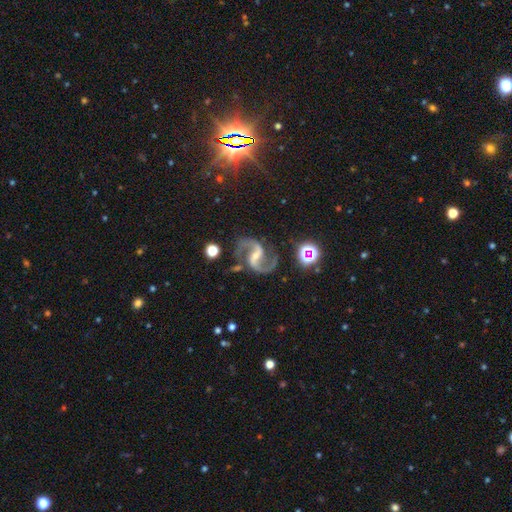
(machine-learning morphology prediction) smooth-or-featured: featured or disk: 91% | star or artifact: 6% | smooth: 3%
  disk-edge-on: no: 98% | yes: 2%
    bar: weak: 46% | strong: 38% | no: 16%
    has-spiral-arms: yes: 98% | no: 2%
      spiral-winding: medium: 54% | loose: 37% | tight: 8%
      spiral-arm-count: 2: 94% | can't tell: 1% | 1: 1% | 3: 1% | 4: 1% | more than 4: 1%
    bulge-size: small: 57% | moderate: 27% | none: 13% | large: 2% | dominant: 1%
  merging: none: 78% | minor disturbance: 13% | major disturbance: 6% | merger: 3%